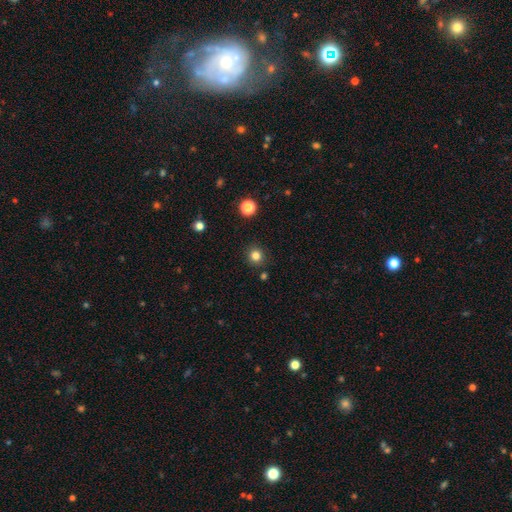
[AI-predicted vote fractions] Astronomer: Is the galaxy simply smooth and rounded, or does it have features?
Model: smooth — 82%.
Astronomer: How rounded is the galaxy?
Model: round — 93%.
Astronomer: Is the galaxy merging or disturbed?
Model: none — 90%.